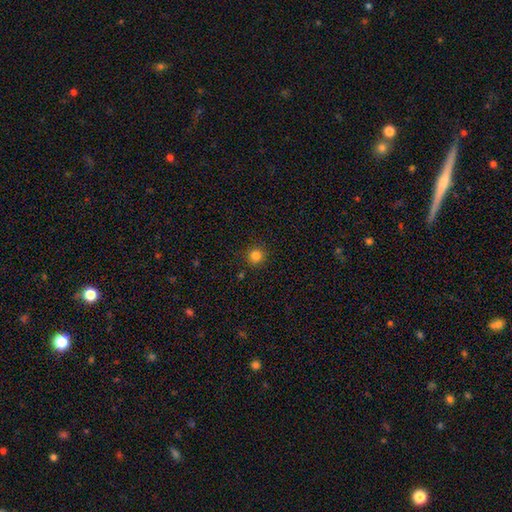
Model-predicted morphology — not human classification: Overall: smooth (82%). How rounded: round (93%). Merging: none (90%).